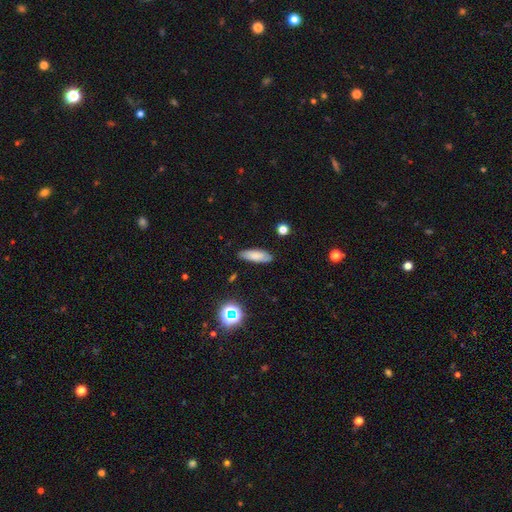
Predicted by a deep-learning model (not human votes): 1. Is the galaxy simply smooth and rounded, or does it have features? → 76% smooth, 14% featured or disk, 9% star or artifact.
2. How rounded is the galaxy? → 59% in between, 39% cigar-shaped, 2% round.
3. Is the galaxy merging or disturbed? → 83% none, 13% minor disturbance, 3% major disturbance, 1% merger.